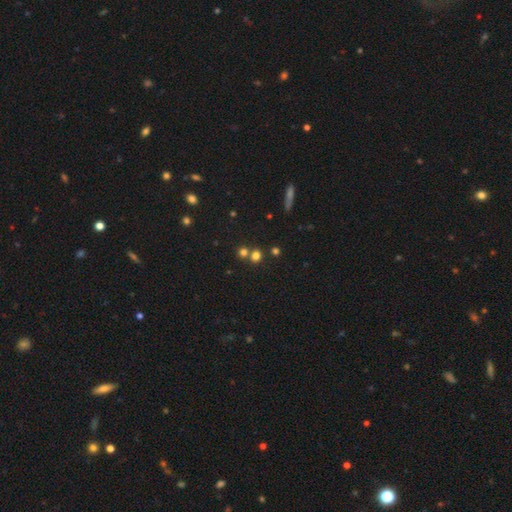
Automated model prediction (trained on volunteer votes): Smooth or featured: smooth — 72% (star or artifact — 20%)
How rounded: round — 85% (in between — 14%)
Merging: none — 60% (merger — 31%)